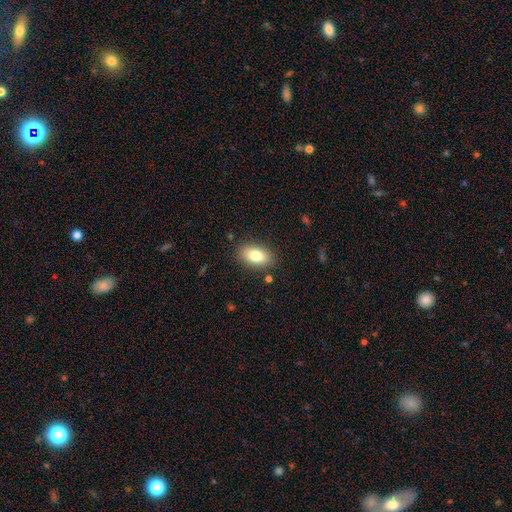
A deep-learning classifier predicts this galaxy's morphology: This appears to be a smooth galaxy with no disk features (80%) that is in between round and cigar-shaped (90%). Merging: none (86%).